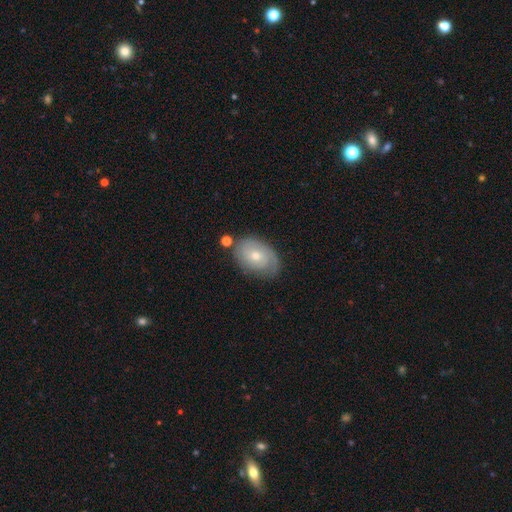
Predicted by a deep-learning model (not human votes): This is possibly a featured or disk galaxy (49%). Merging: likely none (70%).